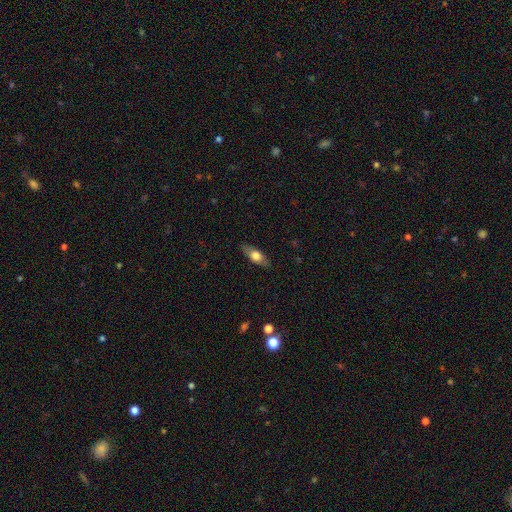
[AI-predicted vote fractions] Smooth or featured? Predicted: smooth (p=0.61). How rounded? Predicted: in between (p=0.69). Merging? Predicted: none (p=0.86).